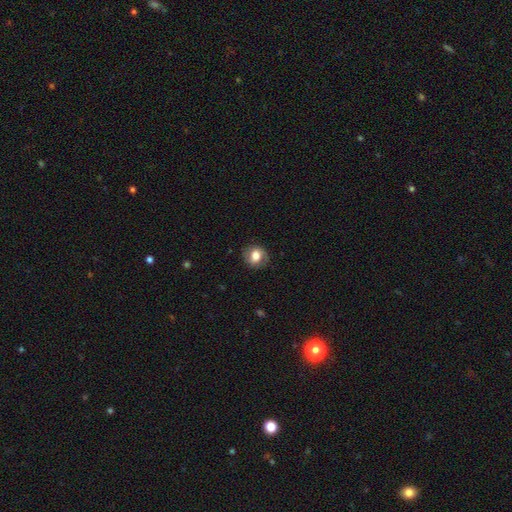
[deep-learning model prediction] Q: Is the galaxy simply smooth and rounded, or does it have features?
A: smooth — 66%.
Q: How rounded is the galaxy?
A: round — 68%.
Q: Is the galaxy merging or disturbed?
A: none — 80%.